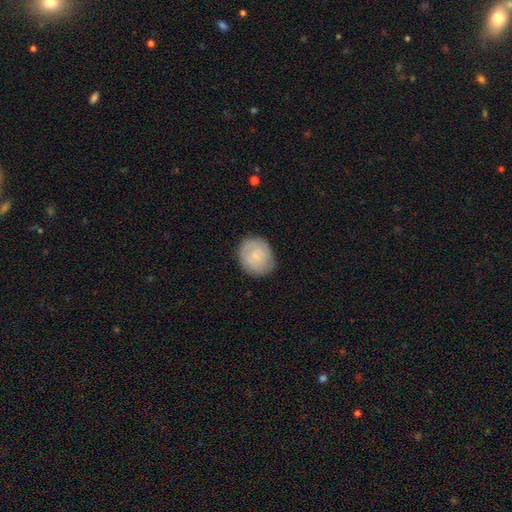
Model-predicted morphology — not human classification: A smooth galaxy with no disk features (69%) that is round (77%).

Vote fractions:
- Smooth or featured? smooth: 69% / featured or disk: 24% / star or artifact: 7%
- How rounded? round: 77% / in between: 22% / cigar-shaped: 1%
- Merging? none: 82% / minor disturbance: 14% / major disturbance: 3% / merger: 1%